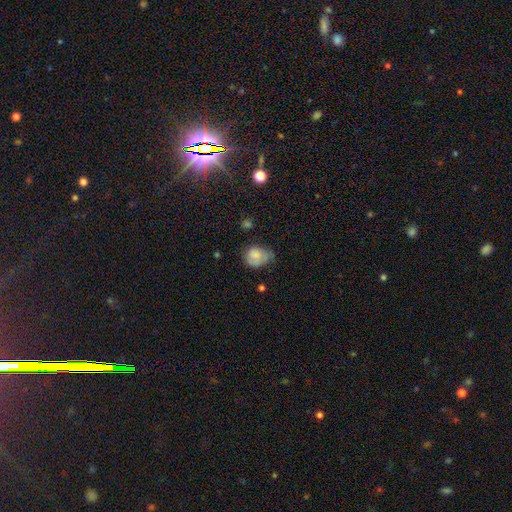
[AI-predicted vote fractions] Smooth or featured? Predicted: smooth (p=0.75). How rounded? Predicted: in between (p=0.57). Merging? Predicted: minor disturbance (p=0.42).